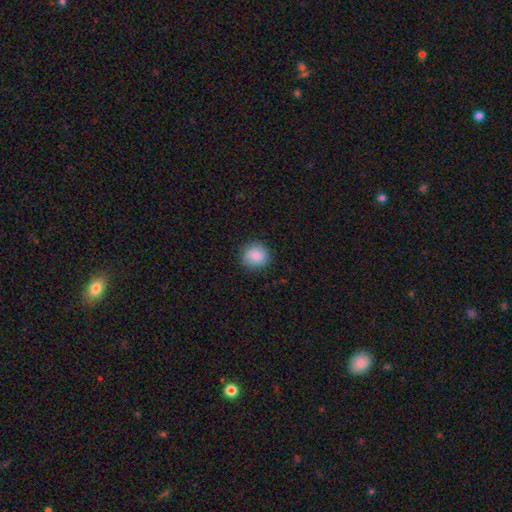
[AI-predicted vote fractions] smooth-or-featured: smooth: 86% | star or artifact: 8% | featured or disk: 6%
  how-rounded: round: 91% | in between: 8% | cigar-shaped: 1%
  merging: none: 89% | minor disturbance: 8% | major disturbance: 2% | merger: 1%